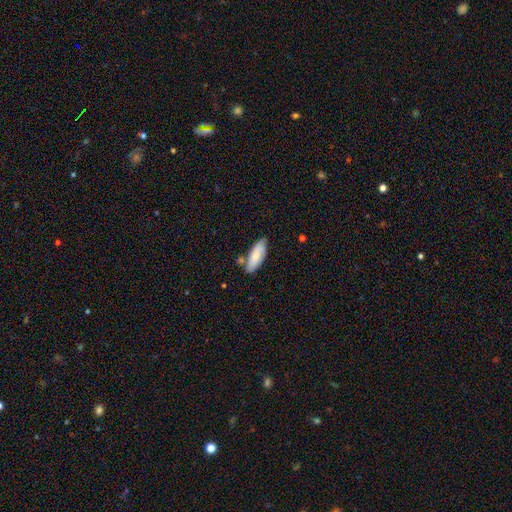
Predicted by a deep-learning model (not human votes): This is likely a smooth galaxy (70%). How rounded: likely in between (68%). Merging: likely none (68%).